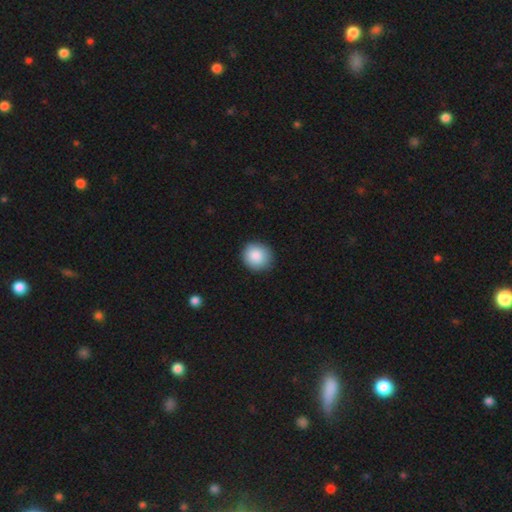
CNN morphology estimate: This is clearly a smooth galaxy (88%). How rounded: clearly round (88%). Merging: clearly none (89%).